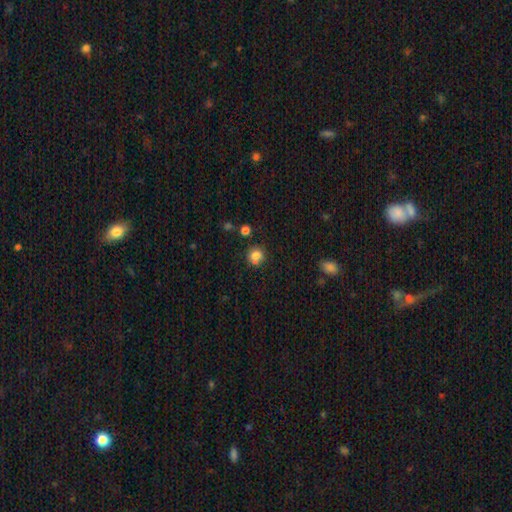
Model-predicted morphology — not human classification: smooth 80%, star or artifact 12%, featured or disk 8%. Down the decision tree: how rounded — round (85%); merging — none (68%).